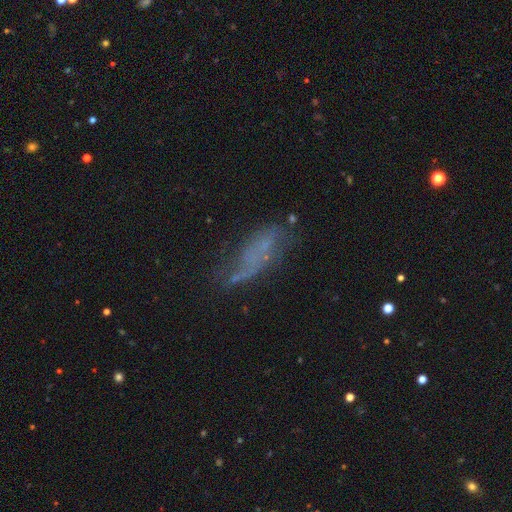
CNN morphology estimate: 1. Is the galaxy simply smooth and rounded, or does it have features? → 43% smooth, 39% featured or disk, 19% star or artifact.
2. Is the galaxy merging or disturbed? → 45% none, 28% minor disturbance, 23% major disturbance, 4% merger.